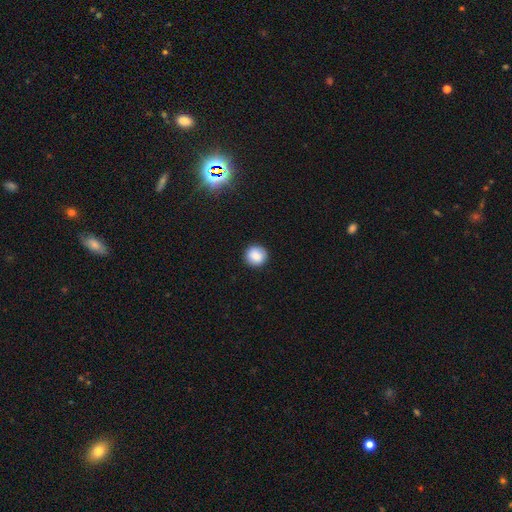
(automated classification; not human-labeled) smooth 86%, star or artifact 9%, featured or disk 5%. Down the decision tree: how rounded — round (94%); merging — none (90%).